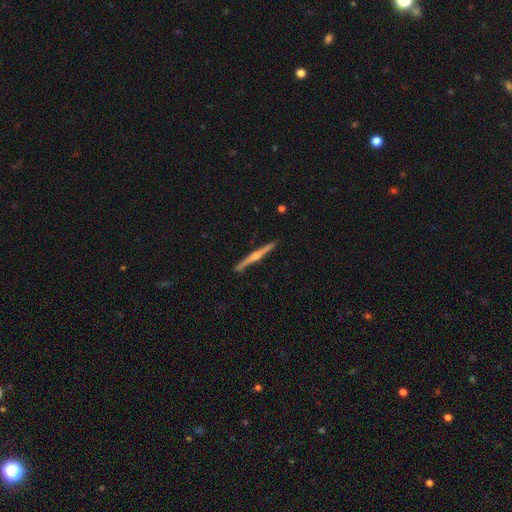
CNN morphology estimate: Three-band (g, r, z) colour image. It shows a featured or disk galaxy (79%) viewed edge-on (98%) with a rounded central bulge (86%). Merging: none (91%).